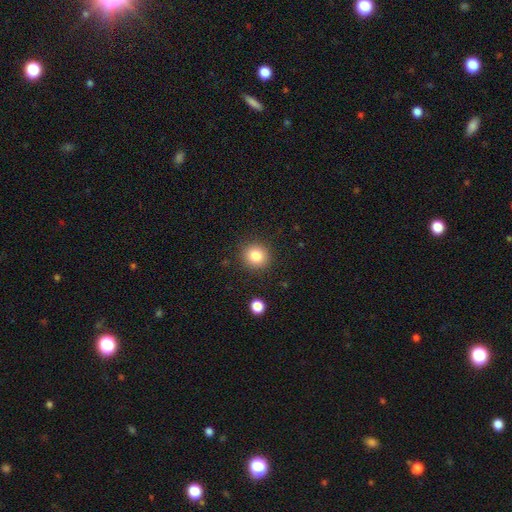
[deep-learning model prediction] smooth 82%, star or artifact 11%, featured or disk 7%. Down the decision tree: how rounded — round (89%); merging — none (90%).